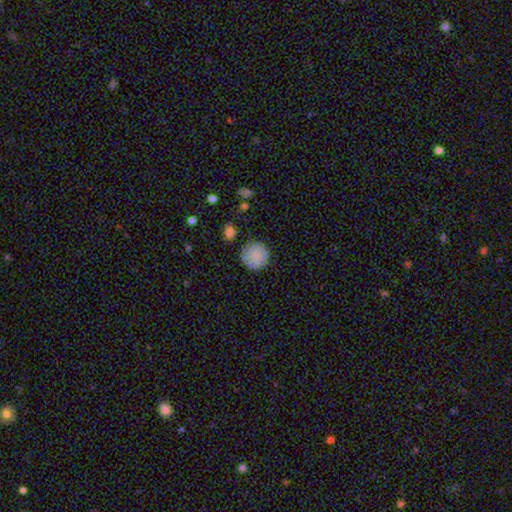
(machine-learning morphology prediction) type=smooth (84%); roundness=round (94%); merging=none (83%).